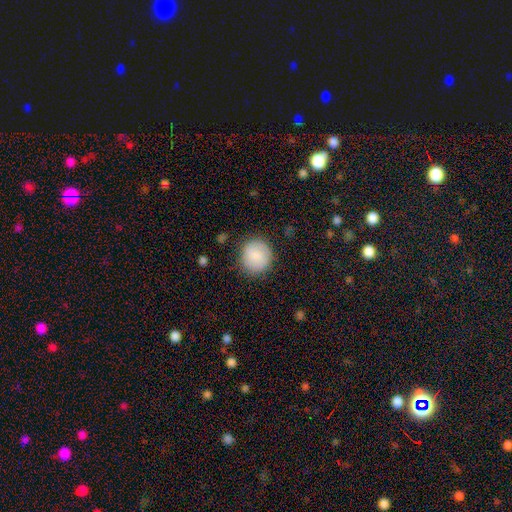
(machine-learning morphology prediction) Q: Smooth or featured?
A: smooth (85%); runner-up: featured or disk (9%)
Q: How rounded?
A: round (90%); runner-up: in between (9%)
Q: Merging?
A: none (82%); runner-up: minor disturbance (13%)